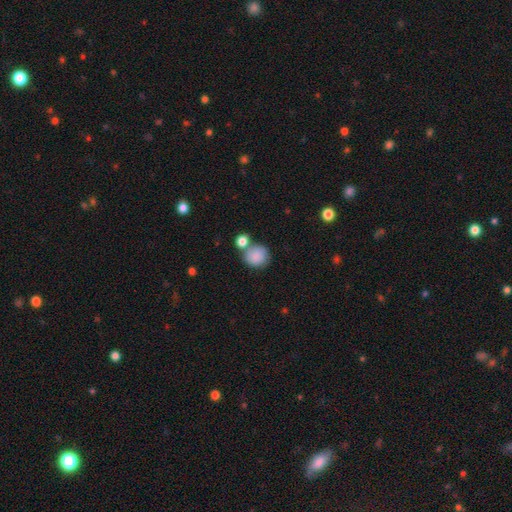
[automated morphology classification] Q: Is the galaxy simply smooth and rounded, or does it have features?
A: smooth — 86%.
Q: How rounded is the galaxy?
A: round — 82%.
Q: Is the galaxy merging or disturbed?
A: none — 57%.